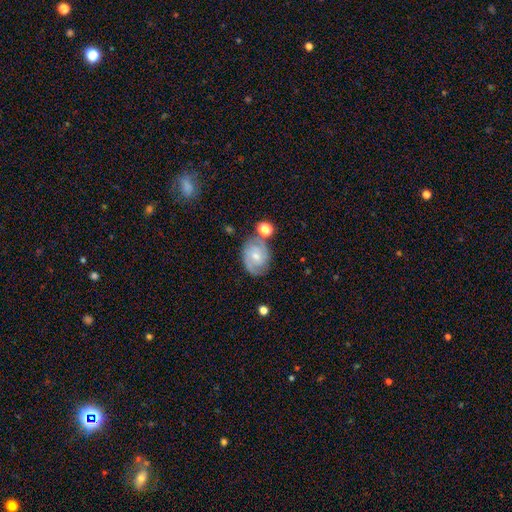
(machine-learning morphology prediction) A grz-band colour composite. It shows a featured or disk galaxy (68%) with no bar (58%), 2 (58%) tight (52%) spiral arms (91%) and a small central bulge (51%). Merging: none (62%).